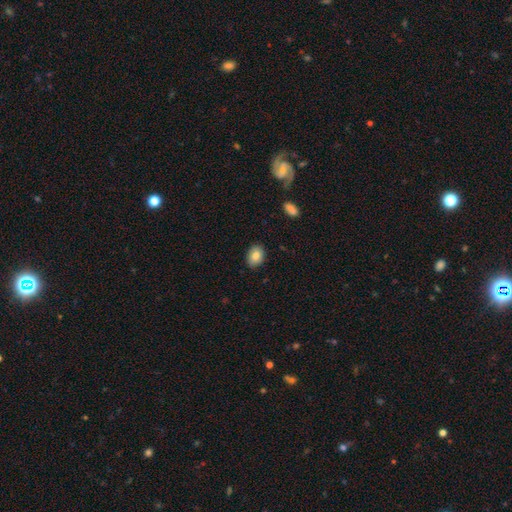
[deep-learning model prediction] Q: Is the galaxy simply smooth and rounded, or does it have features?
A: smooth — 83%.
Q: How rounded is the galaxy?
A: in between — 72%.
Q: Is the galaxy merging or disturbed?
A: none — 87%.